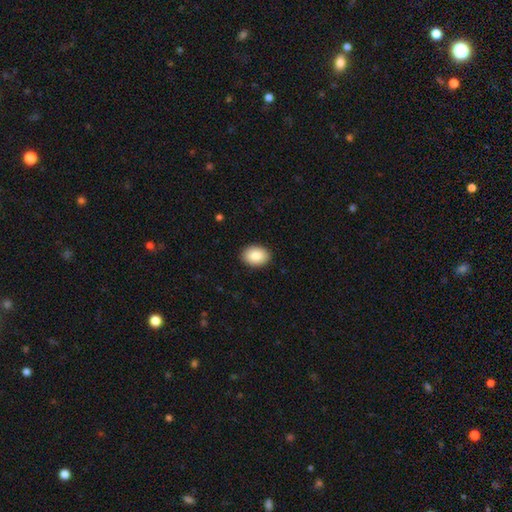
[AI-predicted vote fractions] Smooth or featured? smooth (87%)
How rounded? in between (78%)
Merging? none (90%)